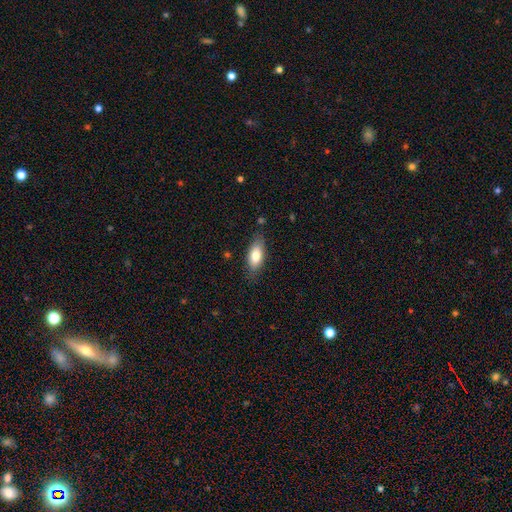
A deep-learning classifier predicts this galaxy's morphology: Smooth or featured?
  - smooth: 78% *
  - featured or disk: 16%
  - star or artifact: 7%
How rounded?
  - in between: 82% *
  - cigar-shaped: 16%
  - round: 3%
Merging?
  - none: 79% *
  - minor disturbance: 16%
  - major disturbance: 3%
  - merger: 2%